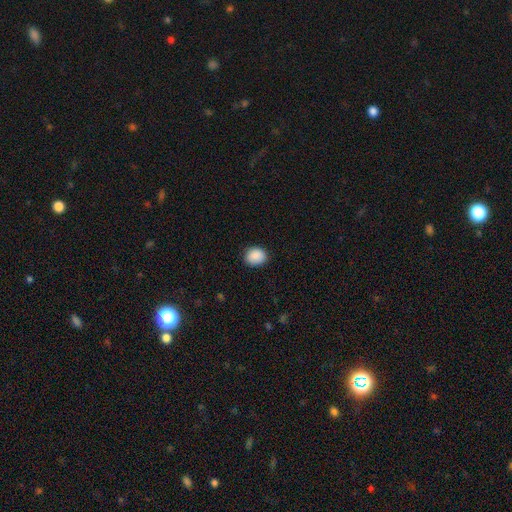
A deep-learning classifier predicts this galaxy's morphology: smooth_or_featured: smooth (p=0.90) [alt: star or artifact p=0.08]
how_rounded: round (p=0.60) [alt: in between p=0.39]
merging: none (p=0.87) [alt: minor disturbance p=0.10]